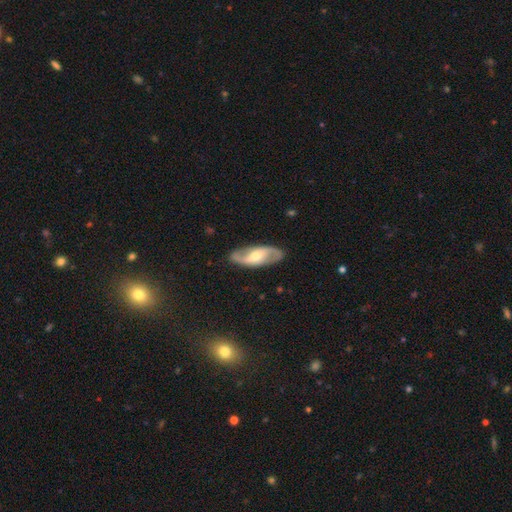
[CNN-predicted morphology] Smooth or featured?
  - featured or disk: 80% *
  - smooth: 16%
  - star or artifact: 4%
Edge-on disk?
  - no: 92% *
  - yes: 8%
Bar?
  - weak: 45% *
  - no: 28%
  - strong: 27%
Spiral arms?
  - yes: 93% *
  - no: 7%
Spiral winding?
  - loose: 52% *
  - medium: 35%
  - tight: 12%
Spiral arm count?
  - 2: 92% *
  - can't tell: 4%
  - 1: 2%
  - 3: 1%
  - 4: 1%
  - more than 4: 1%
Bulge size?
  - moderate: 54% *
  - small: 37%
  - large: 5%
  - none: 2%
  - dominant: 1%
Merging?
  - none: 86% *
  - minor disturbance: 10%
  - major disturbance: 3%
  - merger: 1%